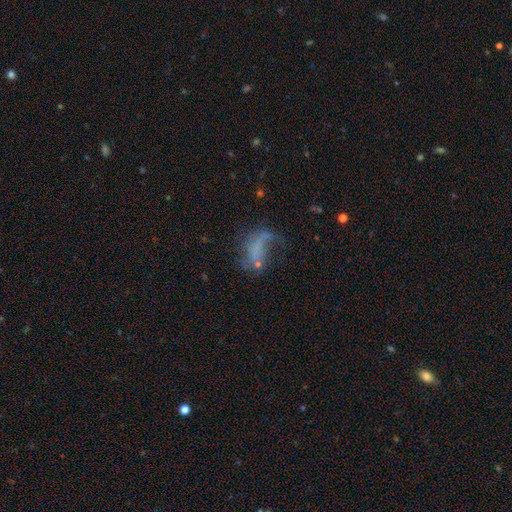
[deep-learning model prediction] Overall: featured or disk (48%; smooth 37%). Merging: major disturbance (45%; none 29%).